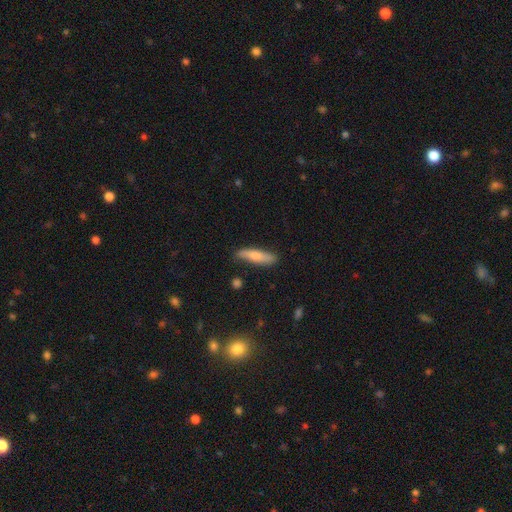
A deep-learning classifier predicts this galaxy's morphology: This is likely a smooth galaxy (72%). How rounded: likely cigar-shaped (76%). Merging: clearly none (80%).